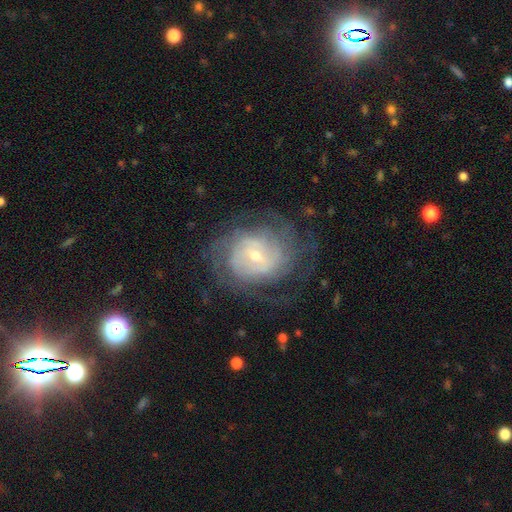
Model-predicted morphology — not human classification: smooth-or-featured: featured or disk: 80% | smooth: 13% | star or artifact: 7%
  disk-edge-on: no: 97% | yes: 3%
    bar: weak: 51% | no: 34% | strong: 15%
    has-spiral-arms: yes: 90% | no: 10%
      spiral-winding: tight: 63% | medium: 28% | loose: 9%
      spiral-arm-count: can't tell: 48% | 2: 19% | 3: 11% | 4: 10% | more than 4: 6% | 1: 5%
    bulge-size: small: 62% | moderate: 32% | large: 3% | none: 2% | dominant: 1%
  merging: none: 70% | minor disturbance: 16% | major disturbance: 13% | merger: 1%